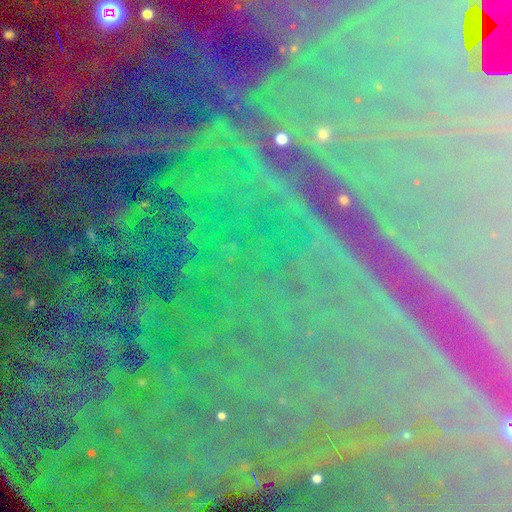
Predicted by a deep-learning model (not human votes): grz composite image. It shows a star or artifact, not a galaxy (86%).